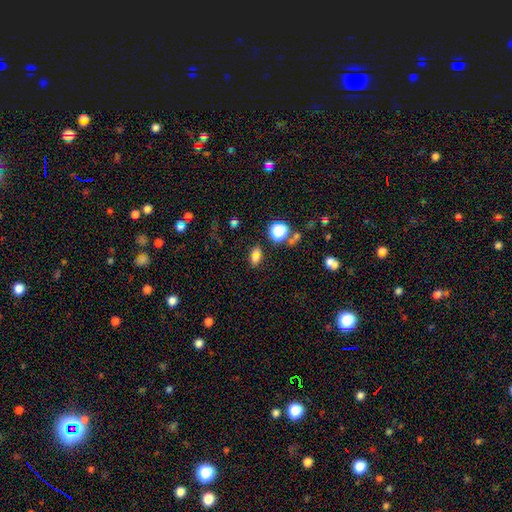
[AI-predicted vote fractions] The model was most divided on "smooth or featured": smooth: 76%, star or artifact: 16%, featured or disk: 8%. More confident: how rounded — in between (80%); merging — none (79%).